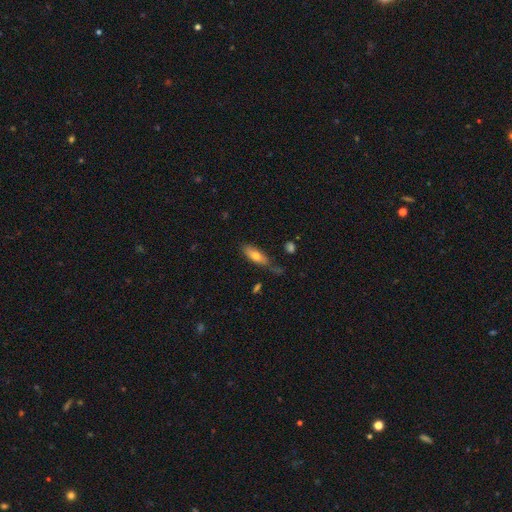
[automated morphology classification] This appears to be a smooth galaxy with no disk features (69%) that is in between round and cigar-shaped (64%). Merging: none (60%).